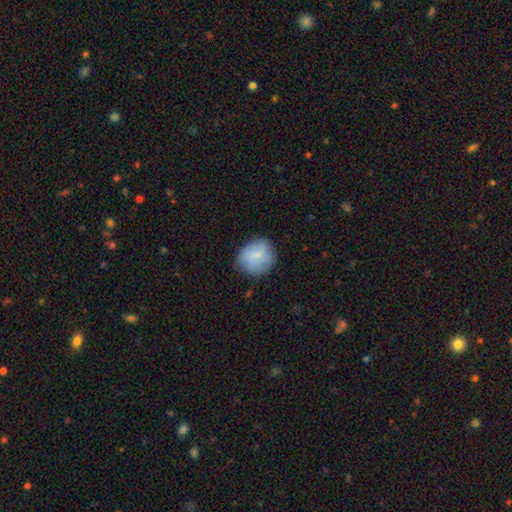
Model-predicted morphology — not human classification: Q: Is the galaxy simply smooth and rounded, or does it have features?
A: smooth — 78%.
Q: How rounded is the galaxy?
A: round — 78%.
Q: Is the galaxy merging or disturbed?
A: none — 74%.